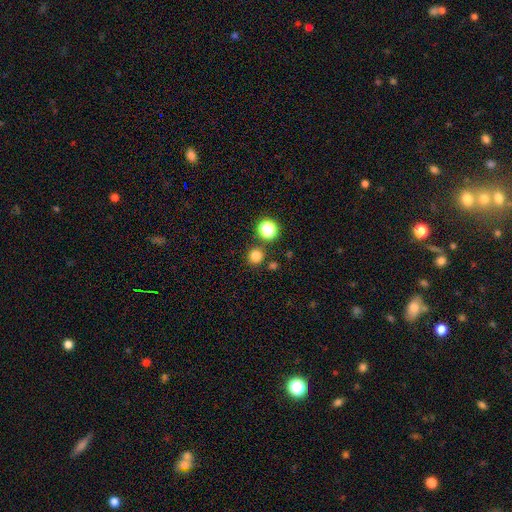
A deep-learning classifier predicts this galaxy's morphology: This is likely a smooth galaxy (80%). How rounded: clearly round (94%). Merging: clearly none (83%).